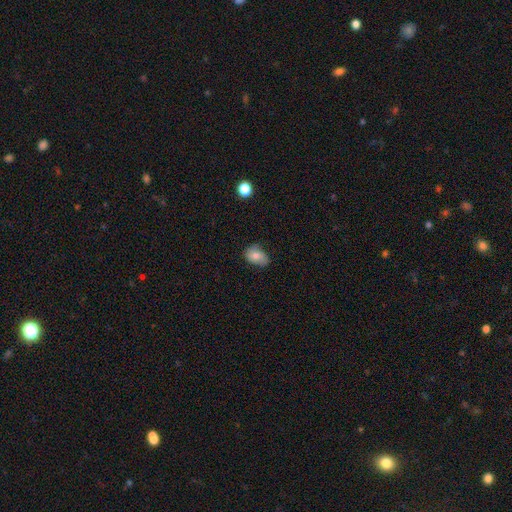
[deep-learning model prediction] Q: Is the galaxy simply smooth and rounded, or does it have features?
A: smooth — 71%.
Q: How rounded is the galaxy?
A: in between — 77%.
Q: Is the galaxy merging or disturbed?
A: none — 52%.